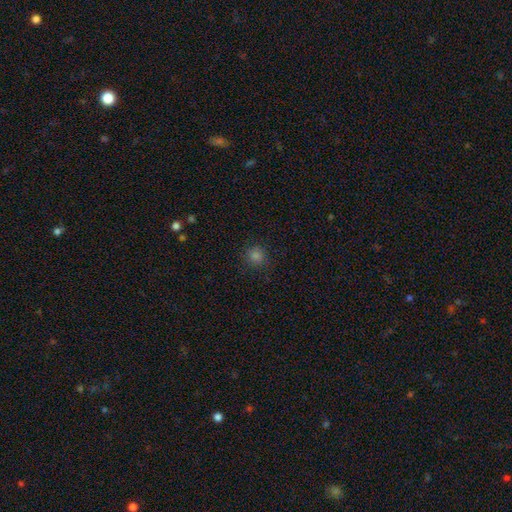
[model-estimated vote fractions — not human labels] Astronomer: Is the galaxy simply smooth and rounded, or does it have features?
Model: smooth — 78%.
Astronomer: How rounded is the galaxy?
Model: round — 91%.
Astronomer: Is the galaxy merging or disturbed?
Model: none — 89%.